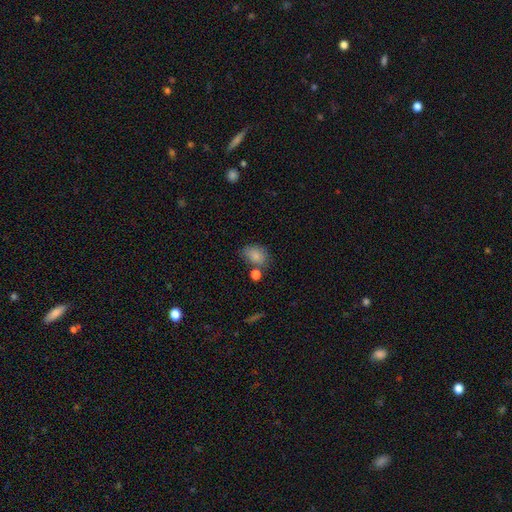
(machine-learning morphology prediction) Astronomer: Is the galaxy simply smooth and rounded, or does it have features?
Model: smooth — 83%.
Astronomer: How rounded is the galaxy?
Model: in between — 75%.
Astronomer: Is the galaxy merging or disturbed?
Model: none — 59%.